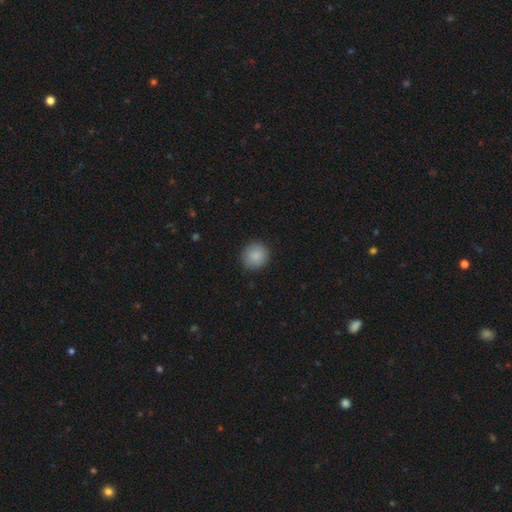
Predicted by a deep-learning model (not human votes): Smooth or featured: smooth — 88% (star or artifact — 7%)
How rounded: round — 91% (in between — 8%)
Merging: none — 88% (minor disturbance — 9%)